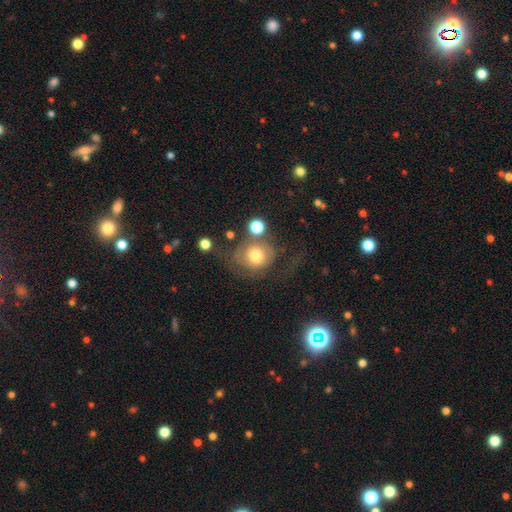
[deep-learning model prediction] Q: Smooth or featured?
A: smooth (63%); runner-up: featured or disk (27%)
Q: How rounded?
A: round (73%); runner-up: in between (26%)
Q: Merging?
A: none (39%); runner-up: major disturbance (28%)